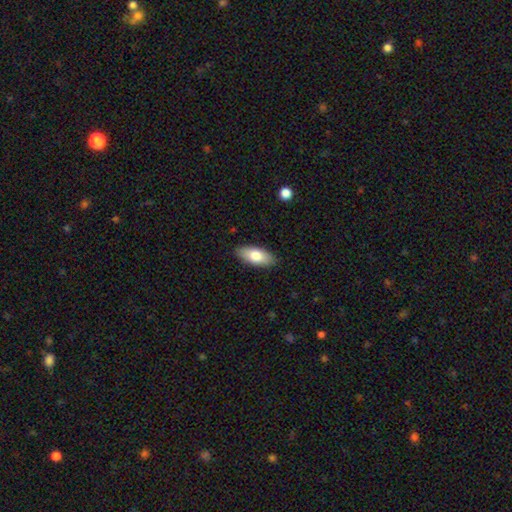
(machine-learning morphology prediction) The model was most divided on "smooth or featured": smooth: 77%, featured or disk: 17%, star or artifact: 6%. More confident: merging — none (88%); how rounded — in between (85%).